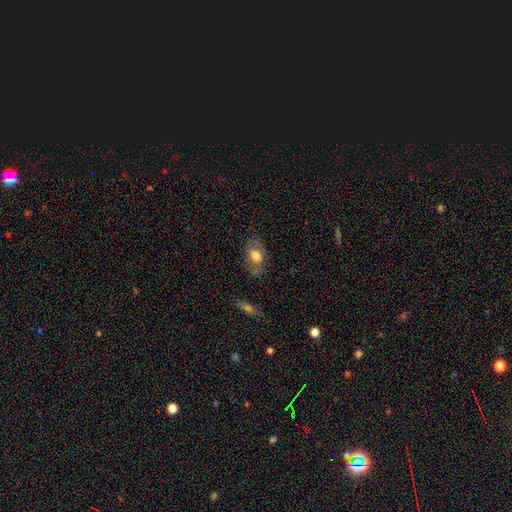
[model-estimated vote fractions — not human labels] Morphology: type=smooth (55%); roundness=in between (85%); merging=none (74%).